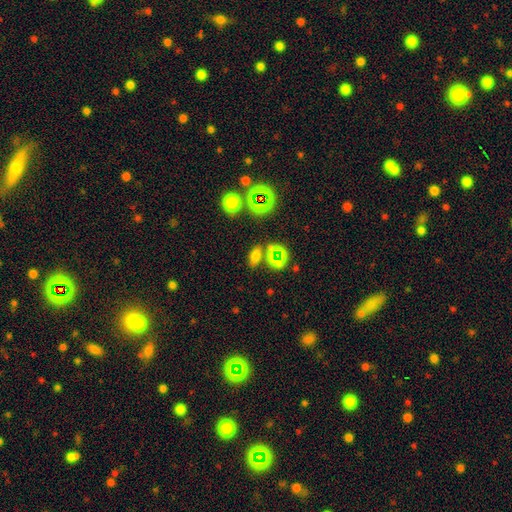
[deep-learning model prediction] Q: Smooth or featured?
A: smooth (59%); runner-up: star or artifact (30%)
Q: How rounded?
A: in between (75%); runner-up: round (16%)
Q: Merging?
A: none (72%); runner-up: minor disturbance (12%)